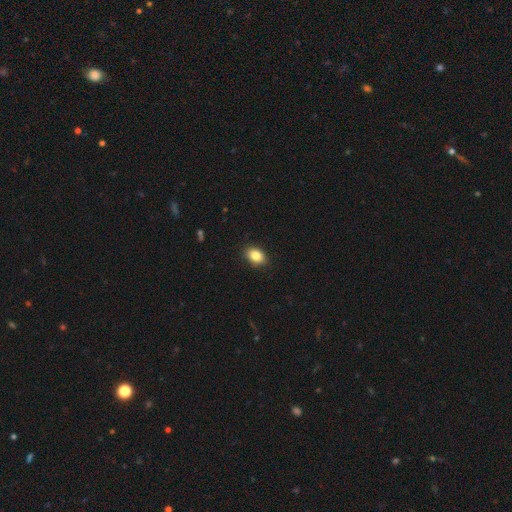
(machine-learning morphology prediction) type=smooth (85%); roundness=in between (77%); merging=none (89%).